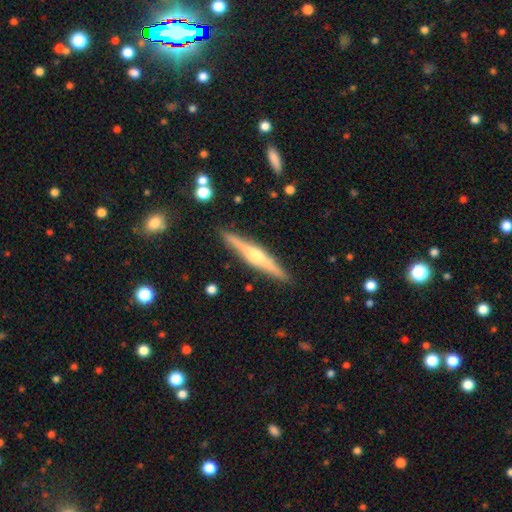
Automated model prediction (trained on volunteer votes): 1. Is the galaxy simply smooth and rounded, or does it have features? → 70% featured or disk, 24% smooth, 6% star or artifact.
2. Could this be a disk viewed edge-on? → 98% yes, 2% no.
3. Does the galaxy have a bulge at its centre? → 81% rounded, 11% boxy, 8% none.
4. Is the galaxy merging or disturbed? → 90% none, 7% minor disturbance, 1% major disturbance, 1% merger.